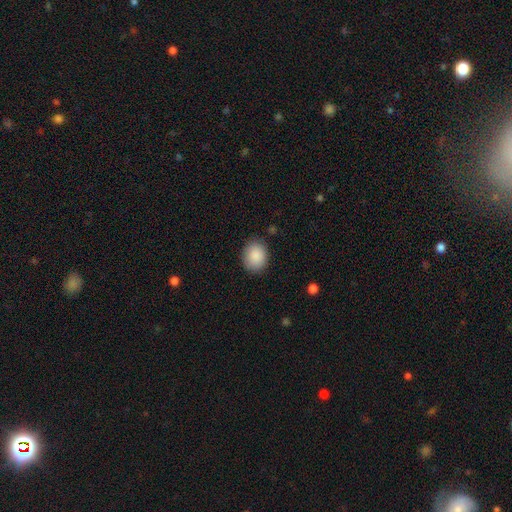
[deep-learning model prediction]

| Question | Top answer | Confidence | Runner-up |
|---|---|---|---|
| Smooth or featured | smooth | 89% | star or artifact (7%) |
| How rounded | in between | 50% | tied: round (50%) |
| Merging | none | 86% | minor disturbance (10%) |